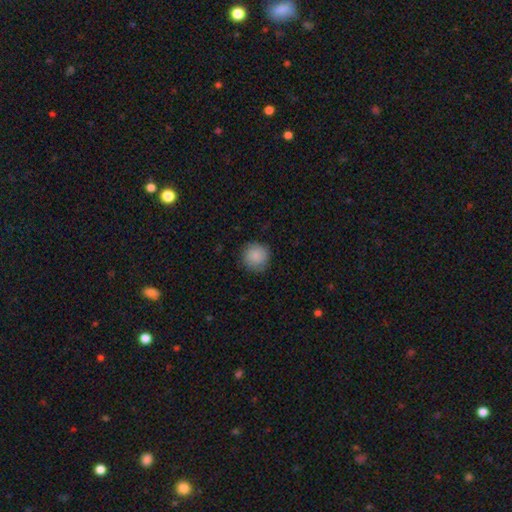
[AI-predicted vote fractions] smooth 88%, star or artifact 8%, featured or disk 4%. Down the decision tree: how rounded — round (93%); merging — none (86%).